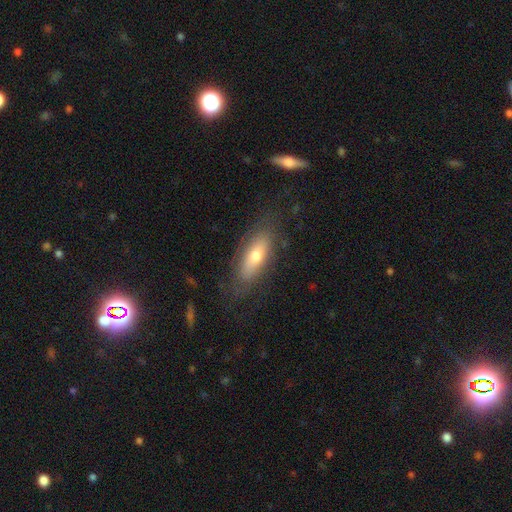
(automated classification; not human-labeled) Q: Smooth or featured?
A: smooth (55%); runner-up: featured or disk (37%)
Q: How rounded?
A: in between (62%); runner-up: cigar-shaped (35%)
Q: Merging?
A: none (75%); runner-up: minor disturbance (17%)